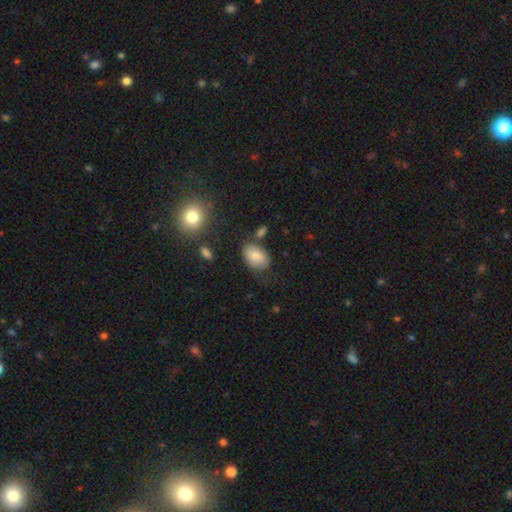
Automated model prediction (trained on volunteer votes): Smooth or featured: smooth — 79% (featured or disk — 12%)
How rounded: in between — 86% (round — 13%)
Merging: none — 67% (minor disturbance — 19%)